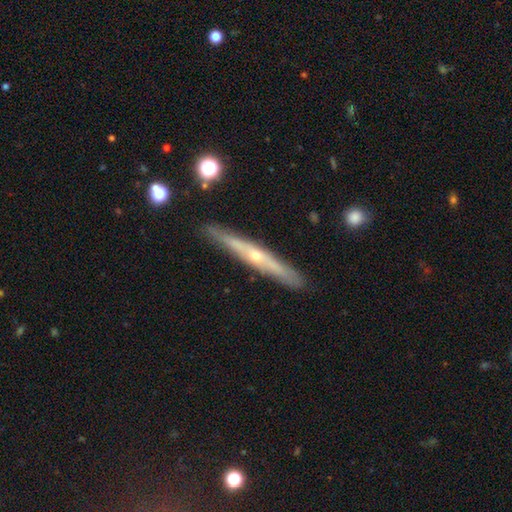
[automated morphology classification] Smooth or featured? Predicted: featured or disk (p=0.72). Edge-on disk? Predicted: yes (p=0.94). Edge-on bulge? Predicted: rounded (p=0.73). Merging? Predicted: none (p=0.89).